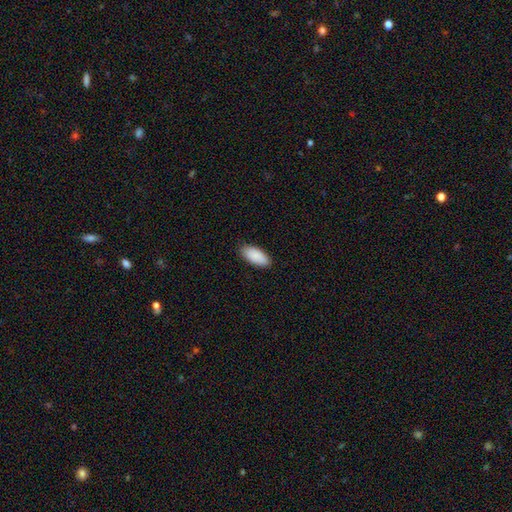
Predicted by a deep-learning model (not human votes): A smooth galaxy with no disk features (90%) that is in between round and cigar-shaped (91%).

Vote fractions:
- Smooth or featured? smooth: 90% / star or artifact: 6% / featured or disk: 4%
- How rounded? in between: 91% / cigar-shaped: 8% / round: 2%
- Merging? none: 88% / minor disturbance: 10% / major disturbance: 2% / merger: 1%